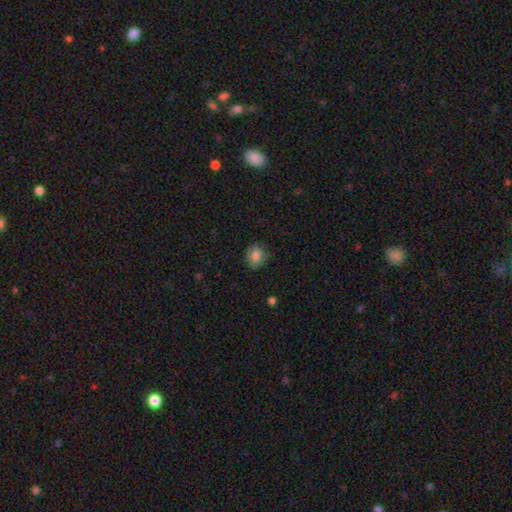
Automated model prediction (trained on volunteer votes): smooth-or-featured: smooth: 74% | featured or disk: 18% | star or artifact: 9%
  how-rounded: round: 54% | in between: 45% | cigar-shaped: 1%
  merging: none: 76% | minor disturbance: 19% | major disturbance: 5% | merger: 1%